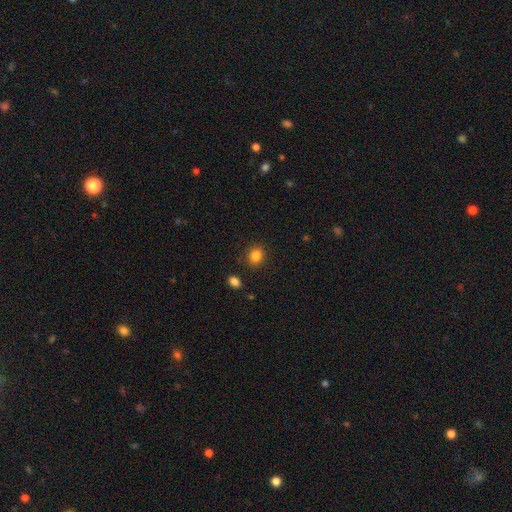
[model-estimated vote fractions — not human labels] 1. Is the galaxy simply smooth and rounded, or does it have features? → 84% smooth, 11% star or artifact, 5% featured or disk.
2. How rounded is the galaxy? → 72% round, 27% in between, 1% cigar-shaped.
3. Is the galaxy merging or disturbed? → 87% none, 8% minor disturbance, 3% major disturbance, 2% merger.